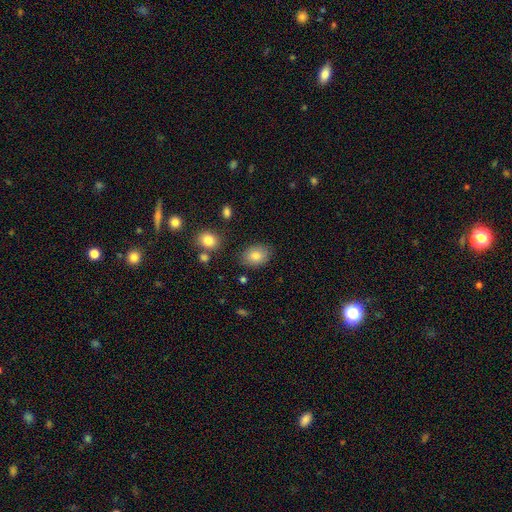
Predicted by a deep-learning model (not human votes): Q: Smooth or featured?
A: smooth (83%); runner-up: featured or disk (9%)
Q: How rounded?
A: in between (72%); runner-up: round (27%)
Q: Merging?
A: none (81%); runner-up: minor disturbance (13%)